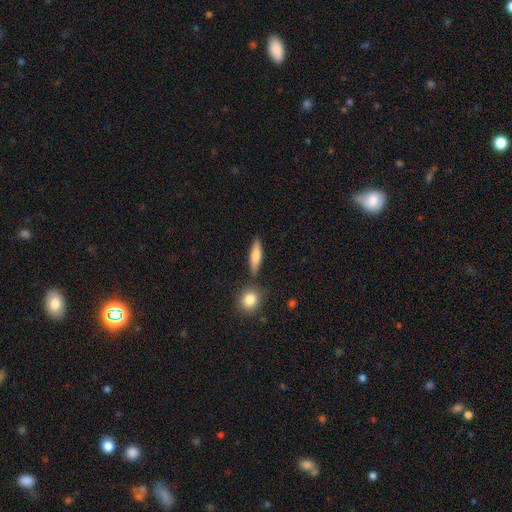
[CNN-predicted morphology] smooth-or-featured: smooth: 76% | featured or disk: 17% | star or artifact: 7%
  how-rounded: cigar-shaped: 59% | in between: 37% | round: 4%
  merging: none: 78% | minor disturbance: 11% | merger: 8% | major disturbance: 3%